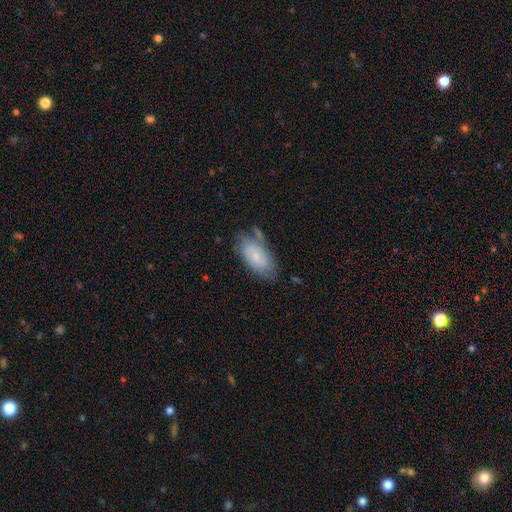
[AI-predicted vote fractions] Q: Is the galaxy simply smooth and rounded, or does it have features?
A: smooth — 62%.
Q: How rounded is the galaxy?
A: in between — 92%.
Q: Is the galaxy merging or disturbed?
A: none — 55%.